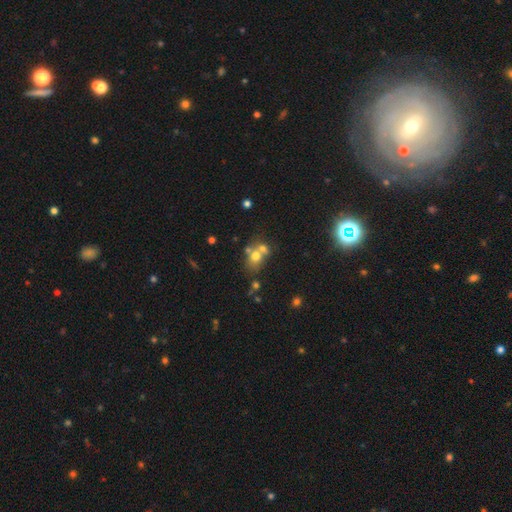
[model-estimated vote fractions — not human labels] A smooth galaxy with no disk features (62%) that is round (60%). Merging: merger (52%).